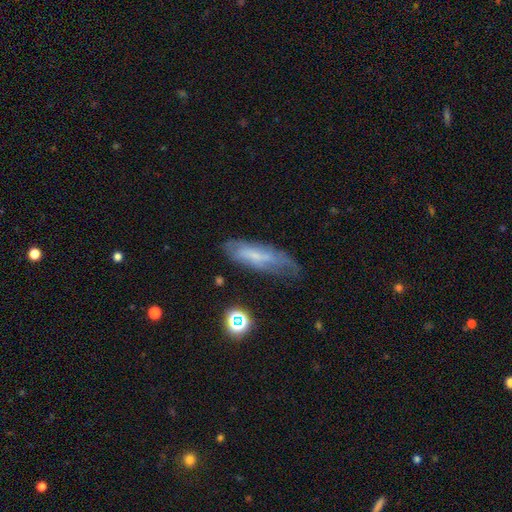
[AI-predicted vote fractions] Smooth or featured? Predicted: smooth (p=0.47). Merging? Predicted: none (p=0.52).